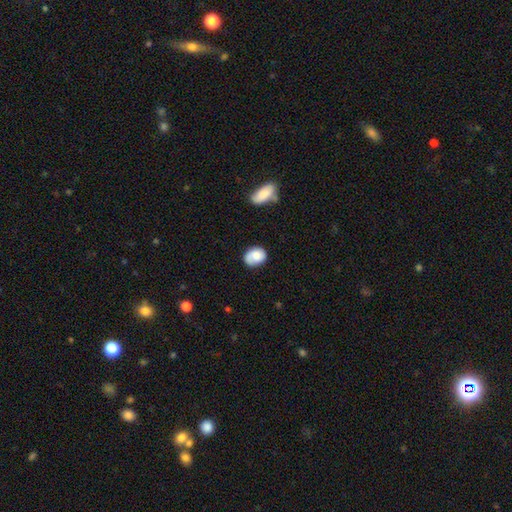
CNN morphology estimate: This is likely a smooth galaxy (73%). How rounded: possibly in between (51%). Merging: possibly none (59%).